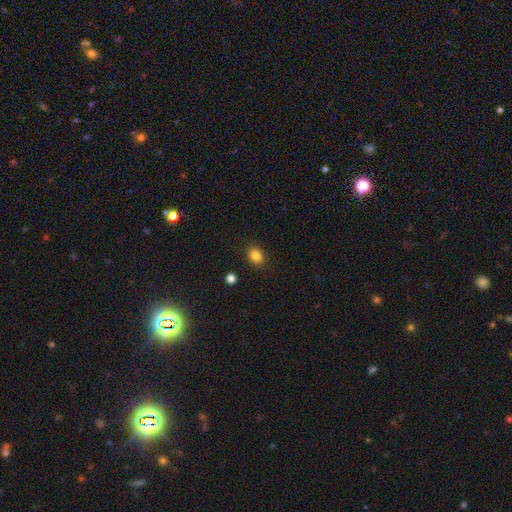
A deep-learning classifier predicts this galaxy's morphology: A smooth galaxy with no disk features (84%) that is round (51%). Merging: none (88%).